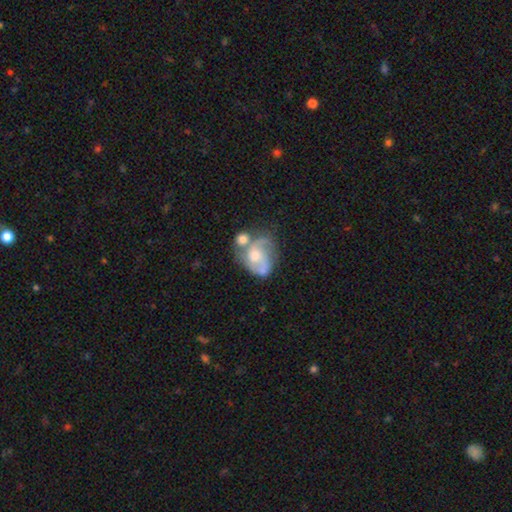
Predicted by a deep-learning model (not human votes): A featured or disk galaxy (71%) with no bar (68%), 2 (64%) medium (49%) spiral arms (84%) and a moderate central bulge (54%).

Vote fractions:
- Smooth or featured? featured or disk: 71% / smooth: 22% / star or artifact: 7%
- Edge-on disk? no: 98% / yes: 2%
- Bar? no: 68% / weak: 27% / strong: 5%
- Spiral arms? yes: 84% / no: 16%
- Spiral winding? medium: 49% / loose: 29% / tight: 22%
- Spiral arm count? 2: 64% / can't tell: 14% / 3: 10% / 1: 9% / 4: 2% / more than 4: 2%
- Bulge size? moderate: 54% / small: 29% / large: 9% / none: 7% / dominant: 2%
- Merging? merger: 36% / none: 30% / minor disturbance: 18% / major disturbance: 16%